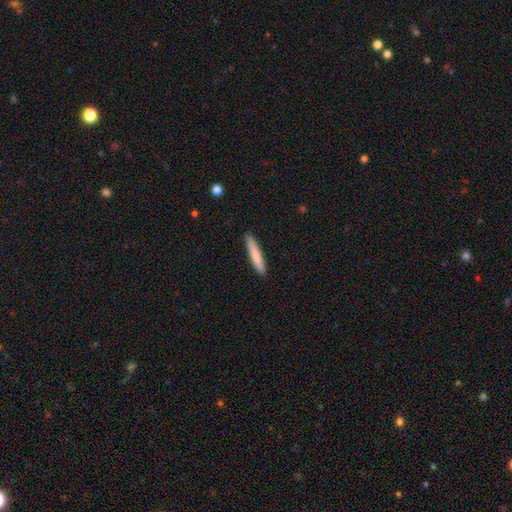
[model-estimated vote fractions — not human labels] Morphology: type=smooth (75%); roundness=cigar-shaped (93%); merging=none (91%).